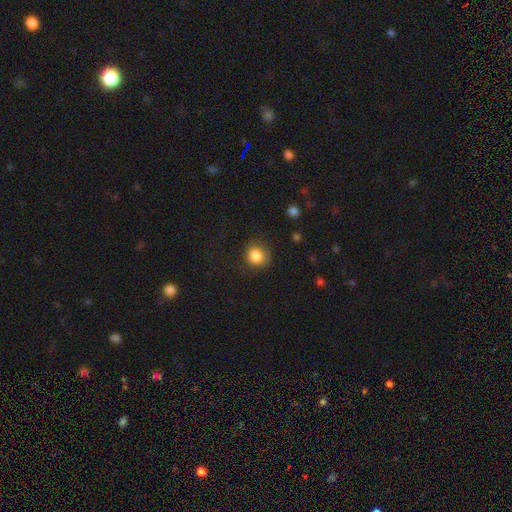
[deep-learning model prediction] Smooth or featured: smooth — 85% (star or artifact — 10%)
How rounded: round — 82% (in between — 17%)
Merging: none — 76% (minor disturbance — 17%)